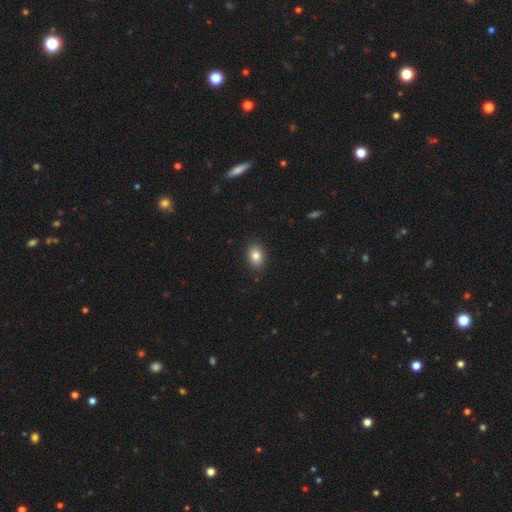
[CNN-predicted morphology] A smooth galaxy with no disk features (83%) that is in between round and cigar-shaped (76%). Merging: none (88%).